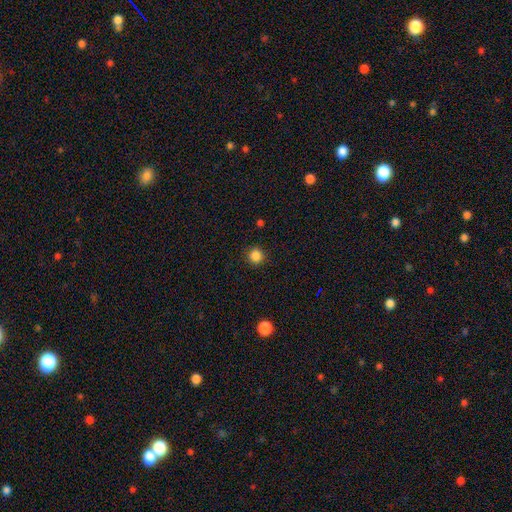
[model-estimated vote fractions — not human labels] A smooth galaxy with no disk features (85%) that is round (94%).

Vote fractions:
- Smooth or featured? smooth: 85% / star or artifact: 12% / featured or disk: 3%
- How rounded? round: 94% / in between: 5% / cigar-shaped: 1%
- Merging? none: 91% / minor disturbance: 6% / major disturbance: 2% / merger: 1%